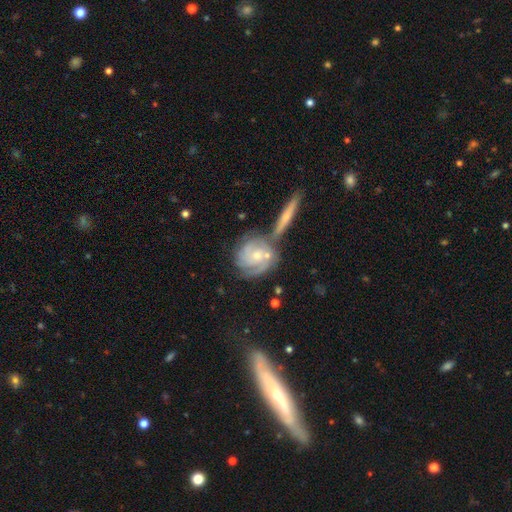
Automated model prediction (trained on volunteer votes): smooth-or-featured: featured or disk: 76% | smooth: 18% | star or artifact: 6%
  disk-edge-on: no: 95% | yes: 5%
    bar: no: 73% | weak: 22% | strong: 5%
    has-spiral-arms: yes: 92% | no: 8%
      spiral-winding: tight: 66% | medium: 28% | loose: 7%
      spiral-arm-count: 2: 30% | can't tell: 28% | 3: 25% | 4: 8% | 1: 5% | more than 4: 4%
    bulge-size: small: 53% | moderate: 42% | none: 3% | large: 2% | dominant: 1%
  merging: none: 52% | merger: 26% | minor disturbance: 16% | major disturbance: 7%